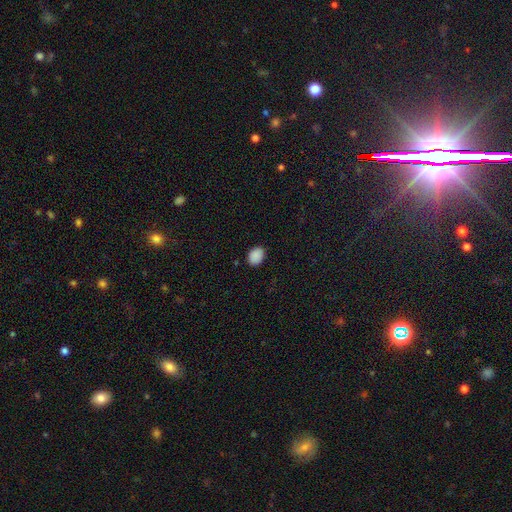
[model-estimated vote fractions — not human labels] This appears to be a smooth galaxy with no disk features (89%) that is in between round and cigar-shaped (72%). Merging: none (86%).